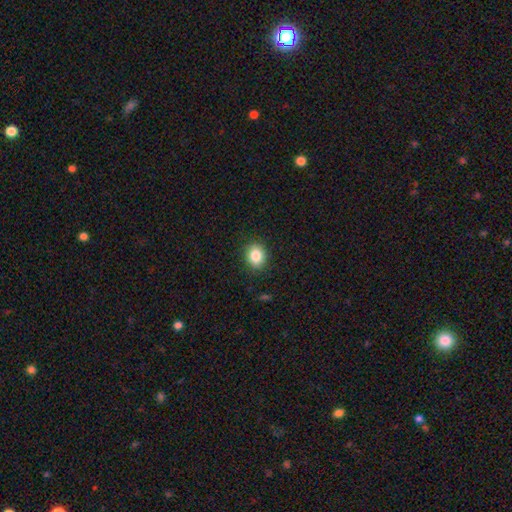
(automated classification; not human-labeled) The model was most divided on "how rounded": round: 62%, in between: 37%, cigar-shaped: 1%. More confident: merging — none (89%); smooth or featured — smooth (85%).